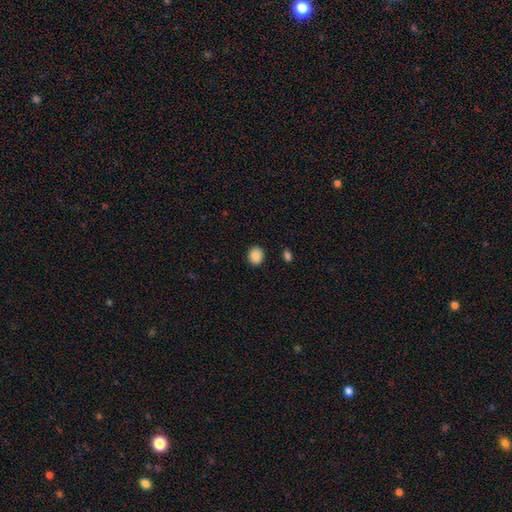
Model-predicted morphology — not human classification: Overall: smooth (89%). How rounded: round (70%). Merging: none (89%).